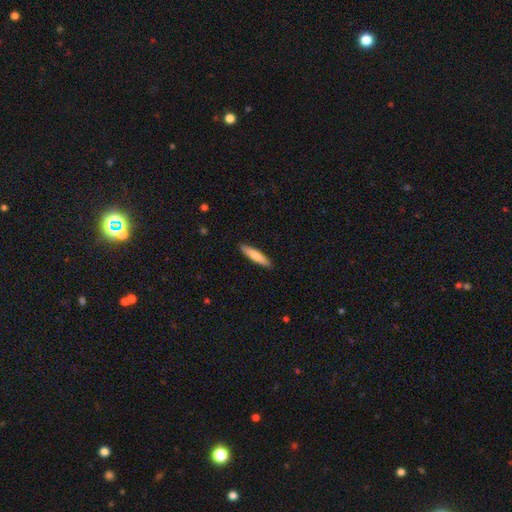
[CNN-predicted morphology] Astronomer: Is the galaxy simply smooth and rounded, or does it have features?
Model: smooth — 74%.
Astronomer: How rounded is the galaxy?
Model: cigar-shaped — 87%.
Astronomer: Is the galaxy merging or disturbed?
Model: none — 90%.